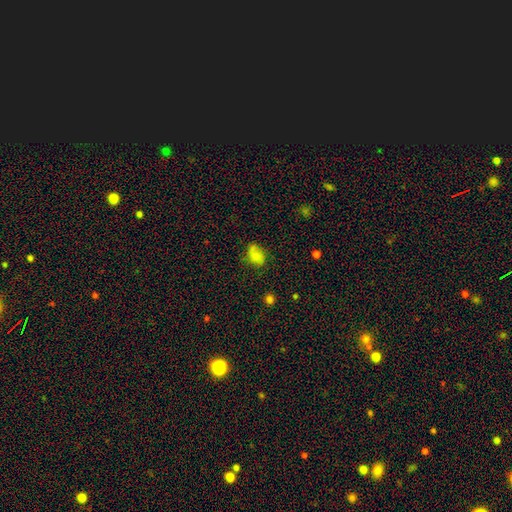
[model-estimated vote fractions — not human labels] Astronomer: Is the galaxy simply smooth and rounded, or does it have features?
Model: smooth — 72%.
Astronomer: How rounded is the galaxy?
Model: in between — 73%.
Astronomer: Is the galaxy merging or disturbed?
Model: none — 58%.